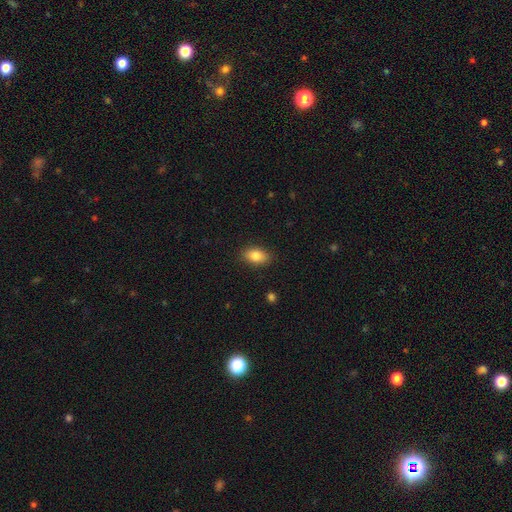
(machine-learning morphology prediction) Smooth or featured: smooth — 84% (featured or disk — 8%)
How rounded: in between — 89% (round — 8%)
Merging: none — 87% (minor disturbance — 9%)